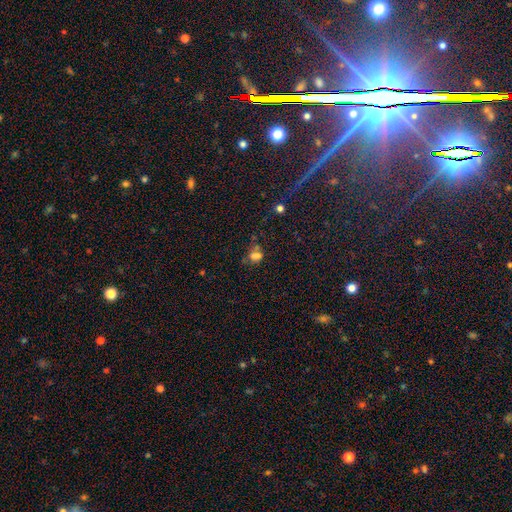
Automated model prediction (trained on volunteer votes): This appears to be a smooth galaxy with no disk features (61%) that is in between round and cigar-shaped (64%). Merging: none (41%).